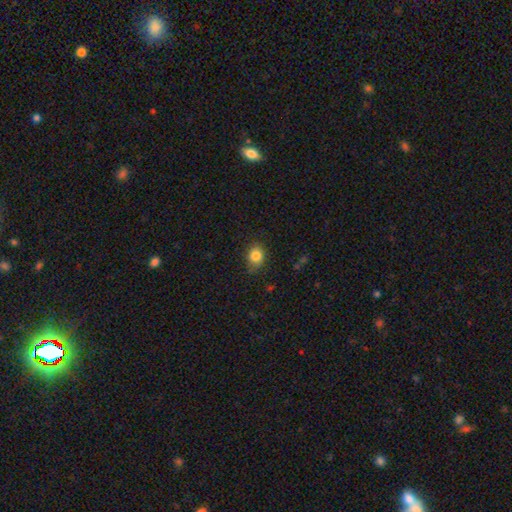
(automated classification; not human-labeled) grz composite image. It shows a smooth galaxy with no disk features (83%) that is round (51%). Merging: none (78%).